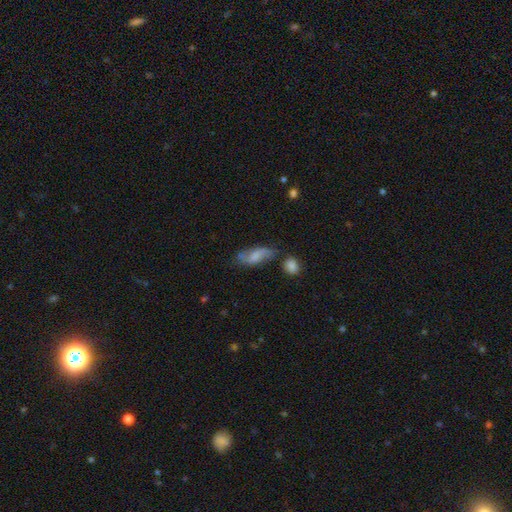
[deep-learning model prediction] This is possibly a smooth galaxy (56%). How rounded: likely in between (76%). Merging: possibly none (50%).